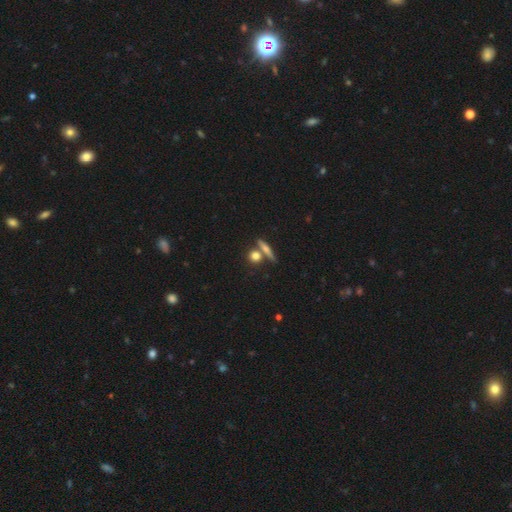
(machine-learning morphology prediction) This is likely a smooth galaxy (72%). How rounded: likely round (70%). Merging: likely none (66%).